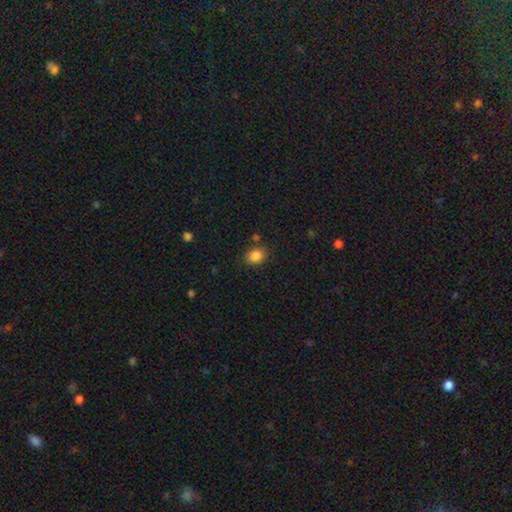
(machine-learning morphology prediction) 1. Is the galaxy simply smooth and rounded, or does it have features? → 85% smooth, 10% star or artifact, 4% featured or disk.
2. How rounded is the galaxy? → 50% in between, 49% round, 1% cigar-shaped.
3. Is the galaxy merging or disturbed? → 80% none, 12% minor disturbance, 5% merger, 4% major disturbance.